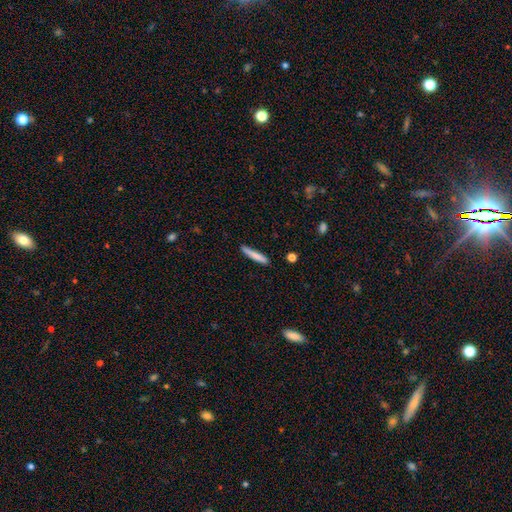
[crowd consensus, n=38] This is likely a smooth galaxy (76%). How rounded: clearly cigar-shaped (100%). Merging: clearly none (86%).